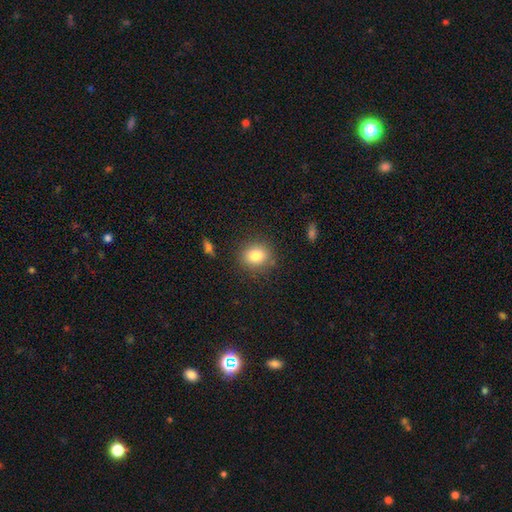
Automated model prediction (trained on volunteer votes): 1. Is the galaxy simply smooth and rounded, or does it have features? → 82% smooth, 10% star or artifact, 8% featured or disk.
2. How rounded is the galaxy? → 71% round, 28% in between, 1% cigar-shaped.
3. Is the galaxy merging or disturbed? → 85% none, 10% minor disturbance, 3% major disturbance, 2% merger.